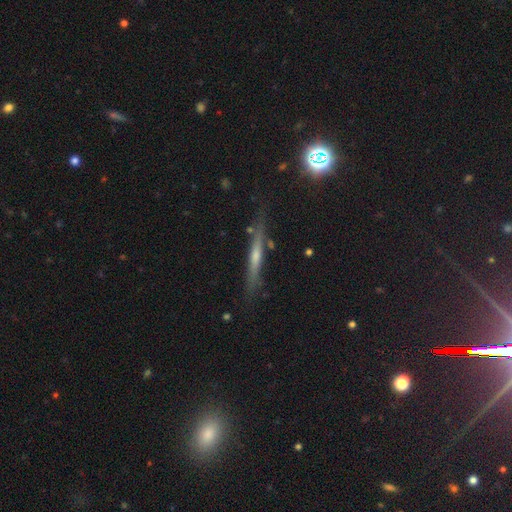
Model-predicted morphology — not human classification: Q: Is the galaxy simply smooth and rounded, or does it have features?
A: featured or disk — 61%.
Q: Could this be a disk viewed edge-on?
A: yes — 94%.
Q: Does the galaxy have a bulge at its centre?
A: rounded — 54%.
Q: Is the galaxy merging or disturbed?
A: none — 80%.